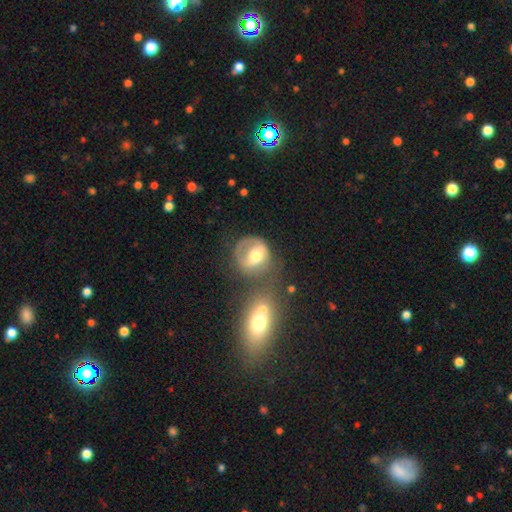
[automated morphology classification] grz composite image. It shows a featured or disk galaxy (48%). Merging: none (38%).